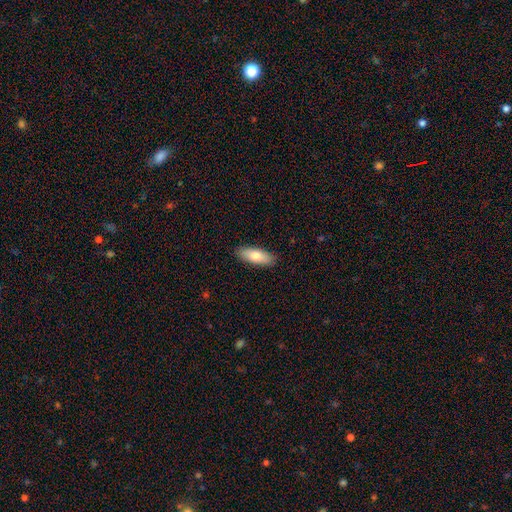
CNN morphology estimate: Smooth or featured? Predicted: smooth (p=0.77). How rounded? Predicted: in between (p=0.72). Merging? Predicted: none (p=0.89).